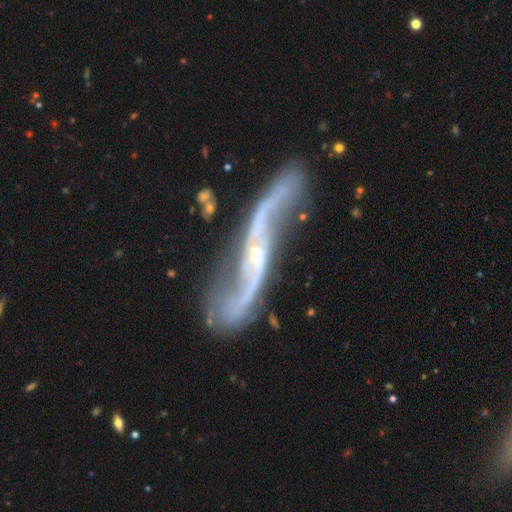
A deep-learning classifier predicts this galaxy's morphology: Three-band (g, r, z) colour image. It shows a featured or disk galaxy (90%) with no bar (43%), 2 (93%) loose (85%) spiral arms (96%) and a small central bulge (70%). Merging: none (68%).